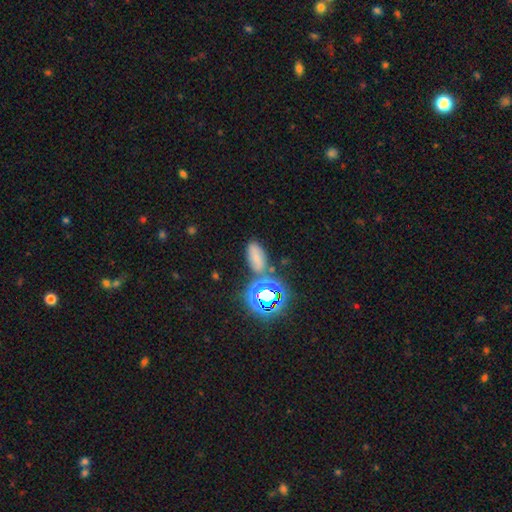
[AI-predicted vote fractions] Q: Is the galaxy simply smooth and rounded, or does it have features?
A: smooth — 51%.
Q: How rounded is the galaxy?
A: in between — 82%.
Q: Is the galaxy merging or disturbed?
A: none — 69%.